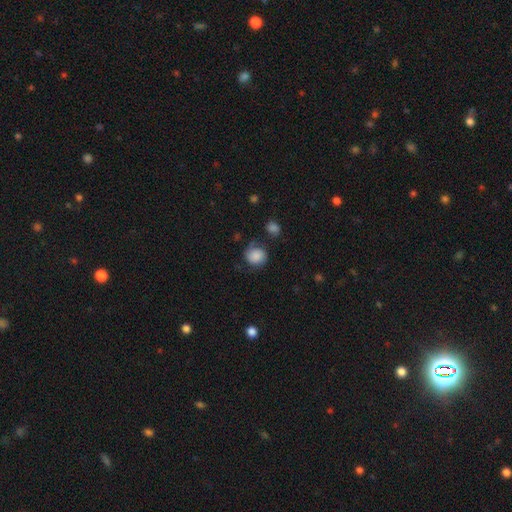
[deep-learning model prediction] Q: Smooth or featured?
A: smooth (78%); runner-up: featured or disk (14%)
Q: How rounded?
A: round (76%); runner-up: in between (23%)
Q: Merging?
A: none (62%); runner-up: minor disturbance (23%)